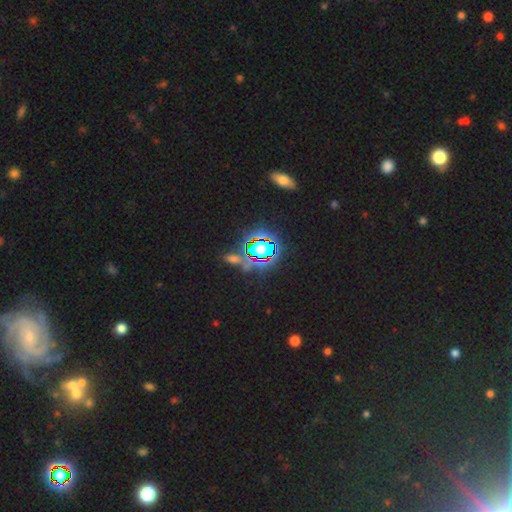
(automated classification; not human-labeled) This is likely a star or artifact rather than a galaxy (78%).